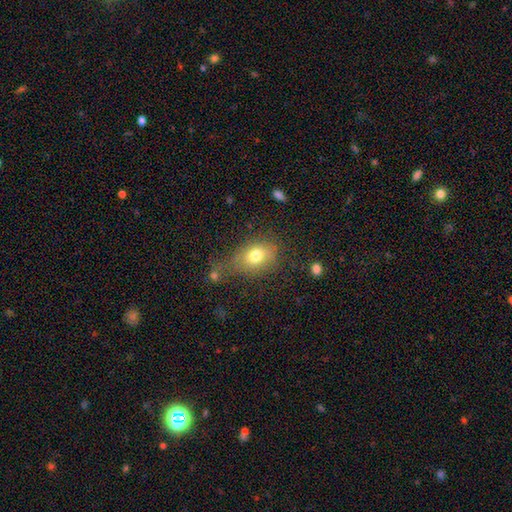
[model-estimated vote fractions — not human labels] This is likely a smooth galaxy (75%). How rounded: likely in between (68%). Merging: possibly none (50%).